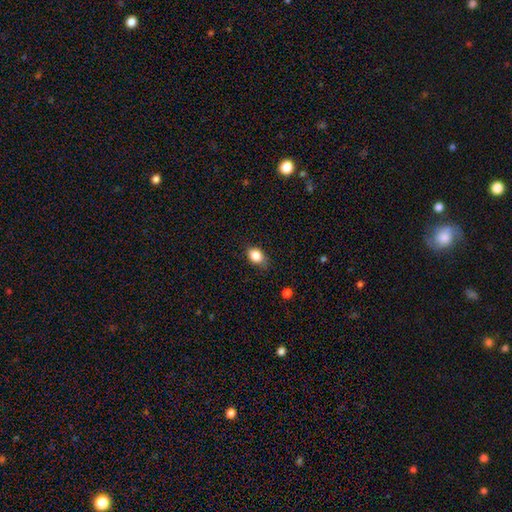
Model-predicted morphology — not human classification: smooth 85%, star or artifact 9%, featured or disk 6%. Down the decision tree: how rounded — in between (71%); merging — none (73%).